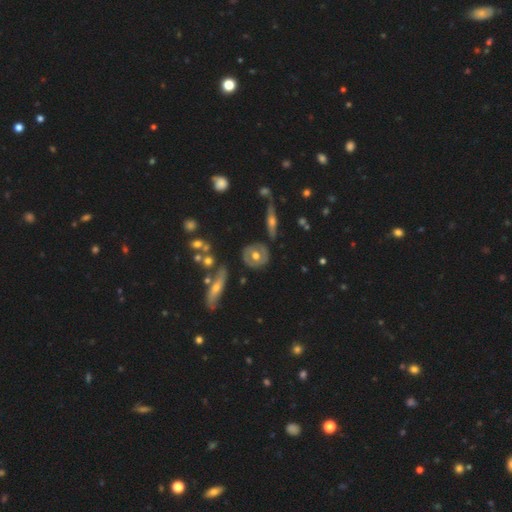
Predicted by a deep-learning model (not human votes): This is possibly a featured or disk galaxy (51%). It is likely not viewed edge-on (77%). Merging: likely none (79%).